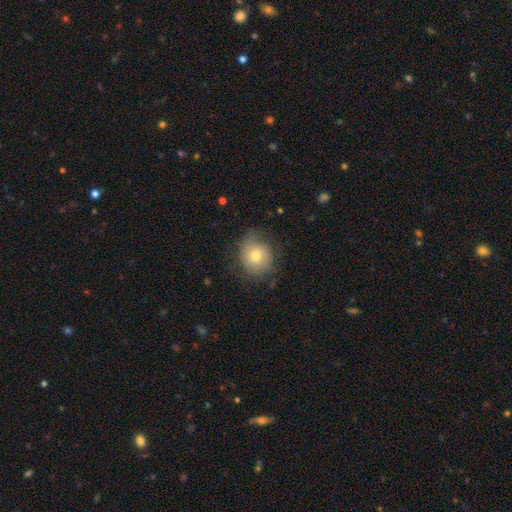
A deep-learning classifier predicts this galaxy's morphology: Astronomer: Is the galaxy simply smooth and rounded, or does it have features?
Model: smooth — 54% (runner-up: featured or disk, 37%).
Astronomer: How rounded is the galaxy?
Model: round — 81%.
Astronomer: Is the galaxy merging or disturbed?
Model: none — 69%.